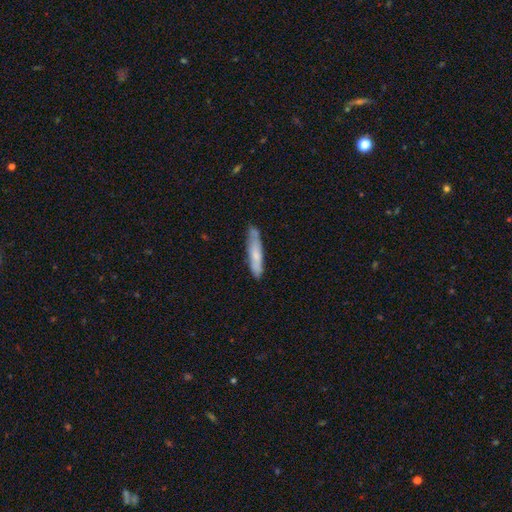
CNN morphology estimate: The model was most divided on "smooth or featured": smooth: 67%, featured or disk: 28%, star or artifact: 6%. More confident: how rounded — cigar-shaped (85%); merging — none (73%).